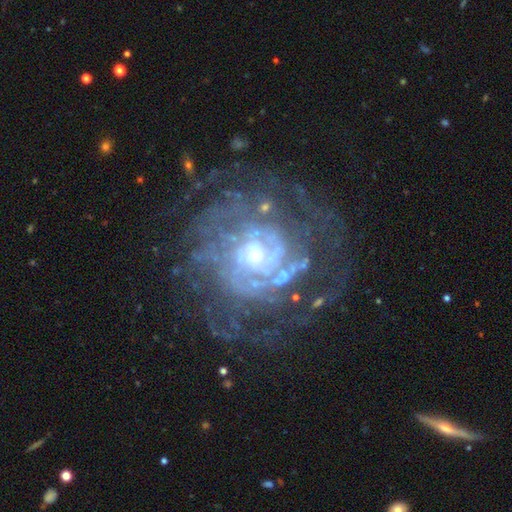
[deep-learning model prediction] Smooth or featured? featured or disk (87%)
Edge-on disk? no (98%)
Bar? no (74%)
Spiral arms? yes (92%)
Spiral winding? tight (70%)
Spiral arm count? can't tell (40%)
Bulge size? small (58%)
Merging? none (68%)